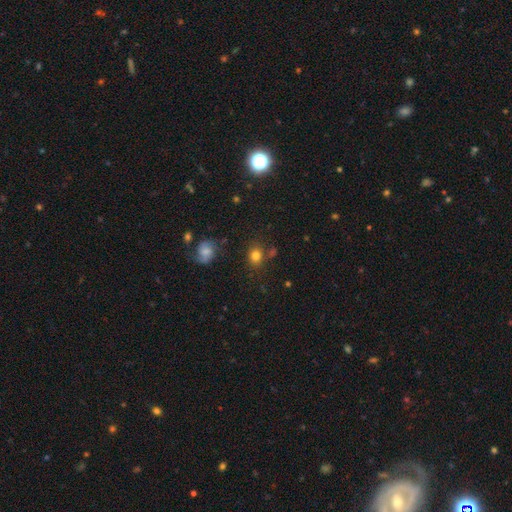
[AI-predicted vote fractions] Q: Smooth or featured?
A: smooth (78%); runner-up: star or artifact (13%)
Q: How rounded?
A: round (58%); runner-up: in between (41%)
Q: Merging?
A: none (73%); runner-up: minor disturbance (14%)